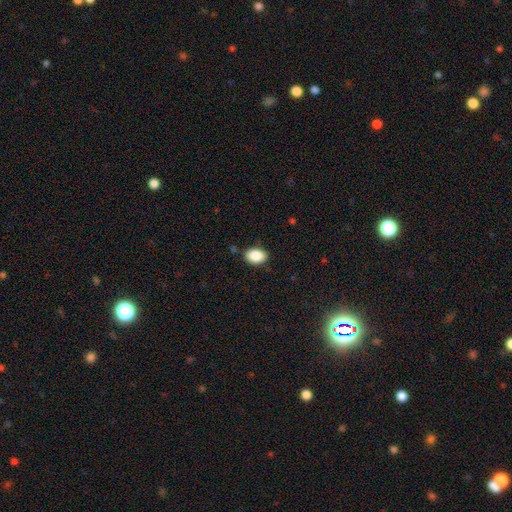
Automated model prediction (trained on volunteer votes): A smooth galaxy with no disk features (89%) that is in between round and cigar-shaped (83%). Merging: none (86%).